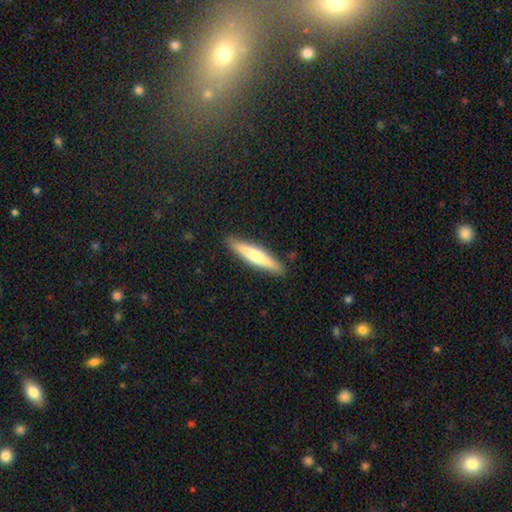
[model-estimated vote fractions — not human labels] A smooth galaxy with no disk features (52%) that is cigar-shaped (86%).

Vote fractions:
- Smooth or featured? smooth: 52% / featured or disk: 42% / star or artifact: 5%
- How rounded? cigar-shaped: 86% / in between: 13% / round: 1%
- Merging? none: 90% / minor disturbance: 8% / major disturbance: 2% / merger: 1%